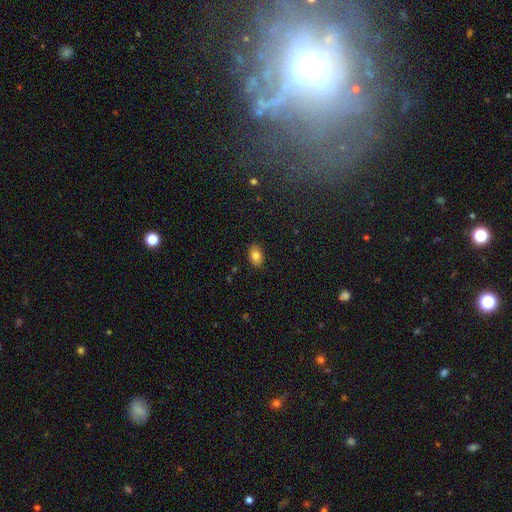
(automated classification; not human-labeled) Smooth or featured?
  - smooth: 83% *
  - star or artifact: 9%
  - featured or disk: 8%
How rounded?
  - in between: 81% *
  - round: 17%
  - cigar-shaped: 1%
Merging?
  - none: 86% *
  - minor disturbance: 10%
  - major disturbance: 2%
  - merger: 1%